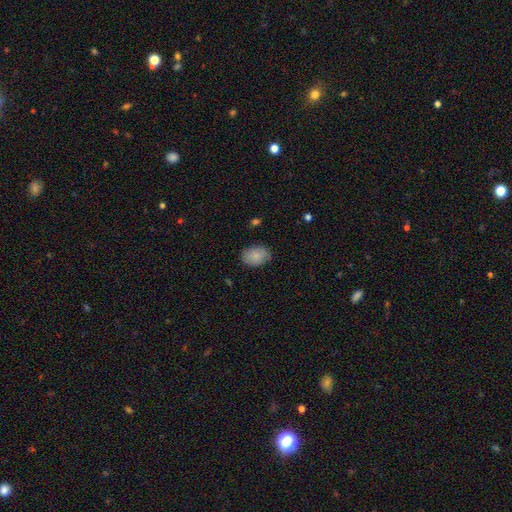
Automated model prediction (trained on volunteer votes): smooth-or-featured: smooth: 85% | featured or disk: 8% | star or artifact: 7%
  how-rounded: in between: 81% | round: 18% | cigar-shaped: 1%
  merging: none: 78% | minor disturbance: 17% | major disturbance: 4% | merger: 1%